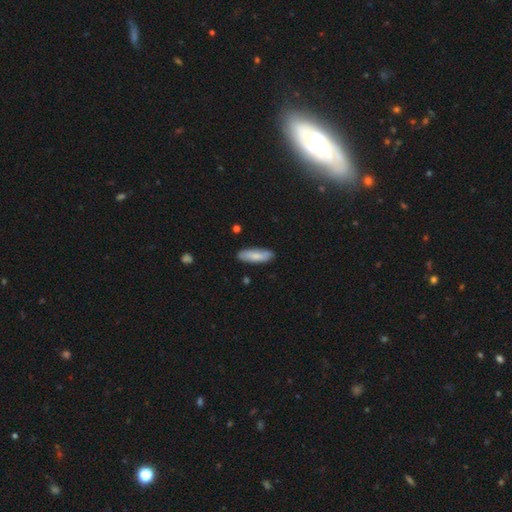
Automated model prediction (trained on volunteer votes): A smooth galaxy with no disk features (76%) that is in between round and cigar-shaped (56%).

Vote fractions:
- Smooth or featured? smooth: 76% / featured or disk: 19% / star or artifact: 6%
- How rounded? in between: 56% / cigar-shaped: 42% / round: 2%
- Merging? none: 84% / minor disturbance: 13% / major disturbance: 2% / merger: 1%